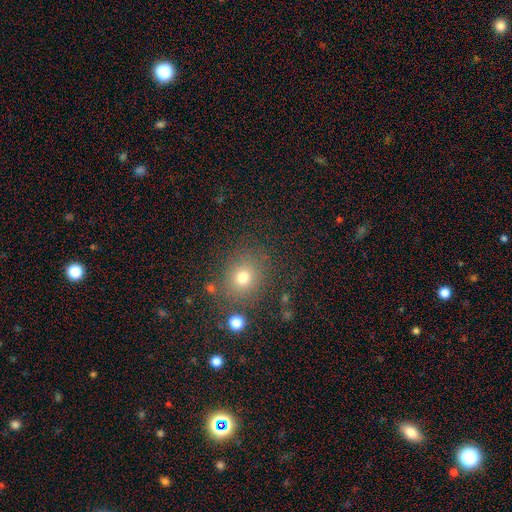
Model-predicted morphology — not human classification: A smooth galaxy with no disk features (61%) that is round (77%). Merging: none (84%).